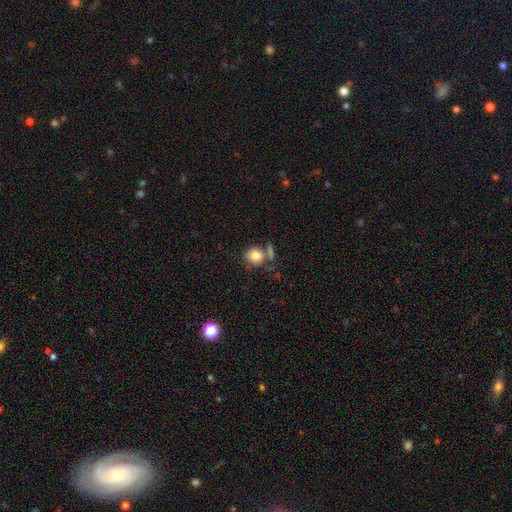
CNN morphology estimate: Overall: smooth (81%). How rounded: round (82%). Merging: none (59%; merger 19%).